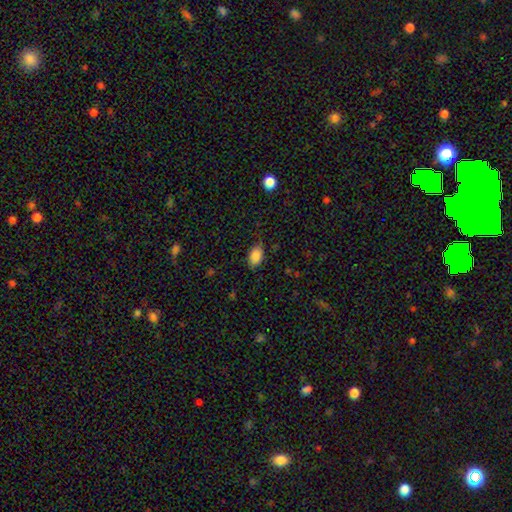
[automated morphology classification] smooth 86%, star or artifact 8%, featured or disk 6%. Down the decision tree: how rounded — in between (90%); merging — none (78%).